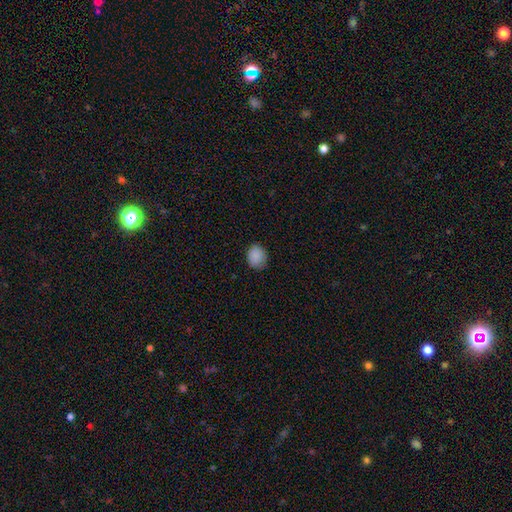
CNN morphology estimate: Smooth or featured? Predicted: smooth (p=0.88). How rounded? Predicted: round (p=0.65). Merging? Predicted: none (p=0.79).